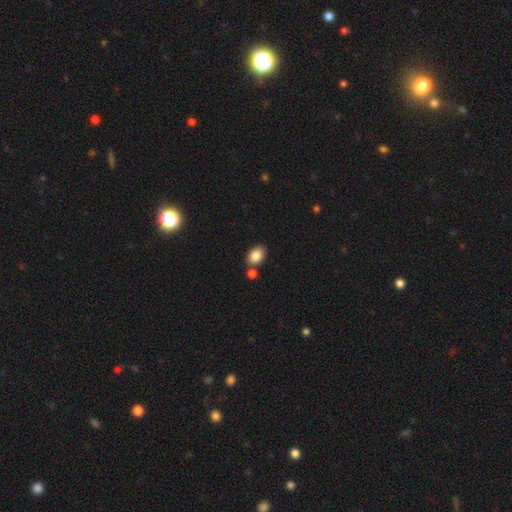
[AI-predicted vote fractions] Smooth or featured? Predicted: smooth (p=0.86). How rounded? Predicted: in between (p=0.82). Merging? Predicted: none (p=0.69).